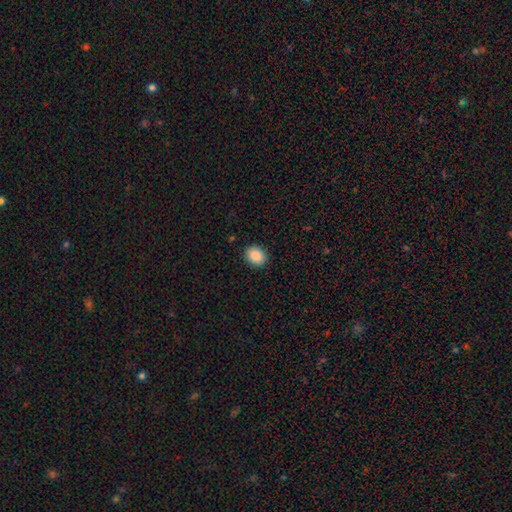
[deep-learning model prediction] A smooth galaxy with no disk features (89%) that is round (53%). Merging: none (90%).